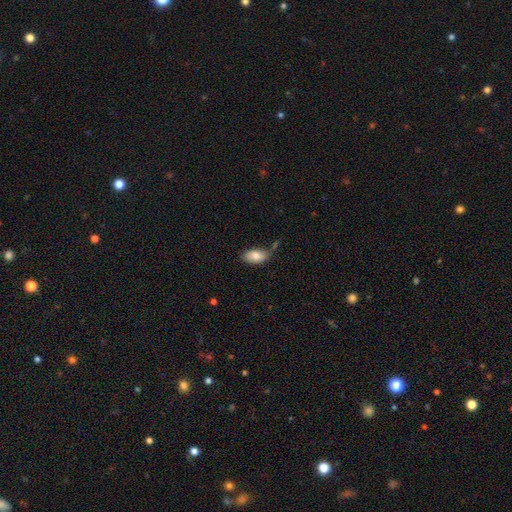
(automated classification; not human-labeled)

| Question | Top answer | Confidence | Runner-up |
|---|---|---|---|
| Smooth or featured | smooth | 82% | featured or disk (11%) |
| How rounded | in between | 94% | round (4%) |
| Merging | none | 58% | minor disturbance (23%) |